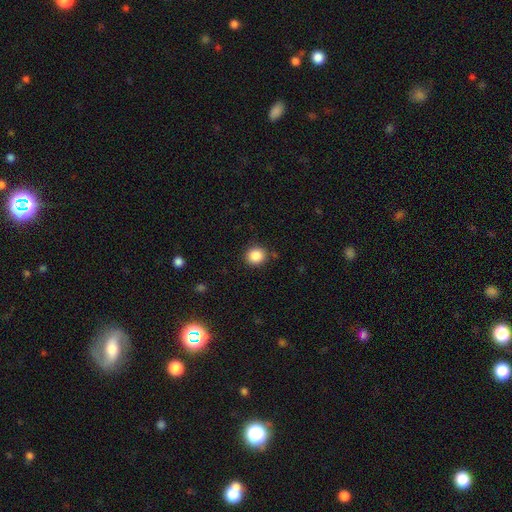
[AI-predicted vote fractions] This appears to be a smooth galaxy with no disk features (87%) that is round (85%). Merging: none (87%).